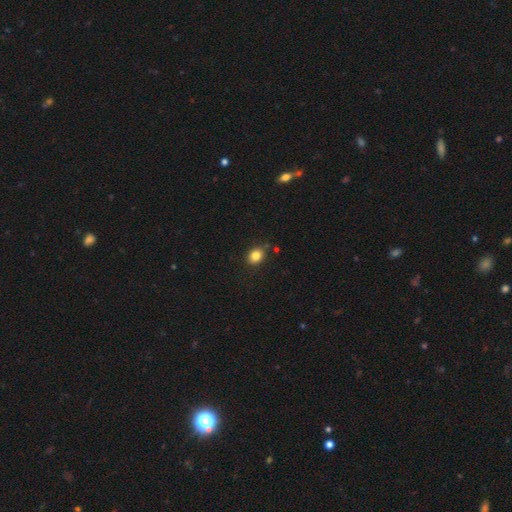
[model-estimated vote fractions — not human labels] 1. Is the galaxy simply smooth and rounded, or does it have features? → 84% smooth, 10% star or artifact, 7% featured or disk.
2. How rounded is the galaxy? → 57% in between, 42% round, 1% cigar-shaped.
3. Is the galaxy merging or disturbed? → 80% none, 13% minor disturbance, 3% merger, 3% major disturbance.